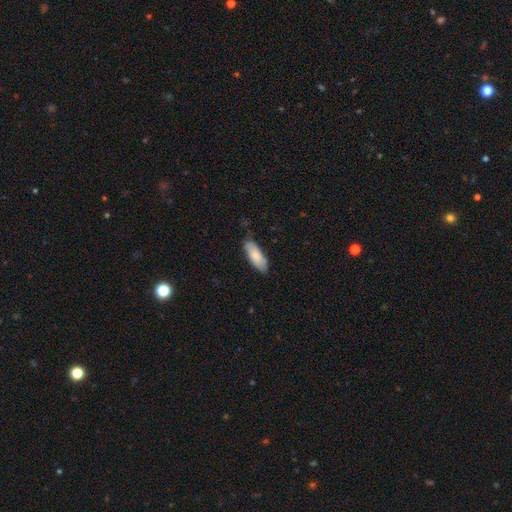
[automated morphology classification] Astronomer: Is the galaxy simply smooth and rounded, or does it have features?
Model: smooth — 81%.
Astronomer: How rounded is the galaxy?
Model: in between — 71%.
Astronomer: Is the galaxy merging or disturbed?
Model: none — 79%.